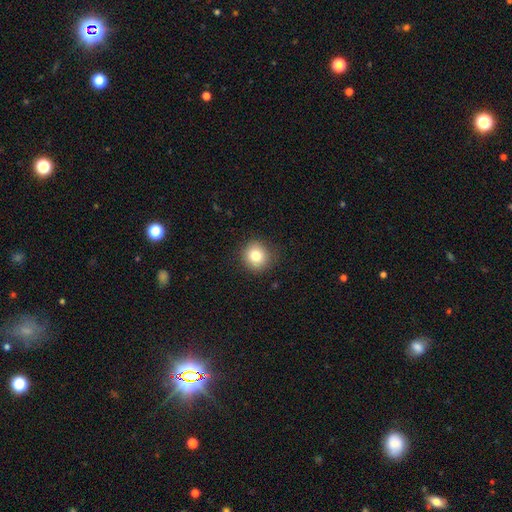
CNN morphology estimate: A smooth galaxy with no disk features (81%) that is round (90%).

Vote fractions:
- Smooth or featured? smooth: 81% / star or artifact: 11% / featured or disk: 9%
- How rounded? round: 90% / in between: 9% / cigar-shaped: 1%
- Merging? none: 88% / minor disturbance: 9% / major disturbance: 2% / merger: 1%